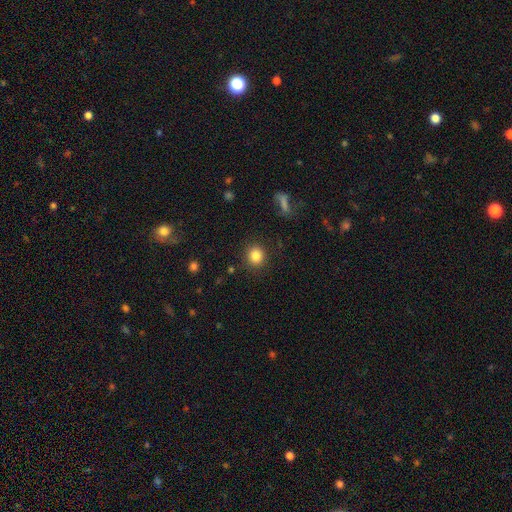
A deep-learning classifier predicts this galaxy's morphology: Smooth or featured: smooth — 84% (star or artifact — 11%)
How rounded: round — 85% (in between — 14%)
Merging: none — 89% (minor disturbance — 7%)